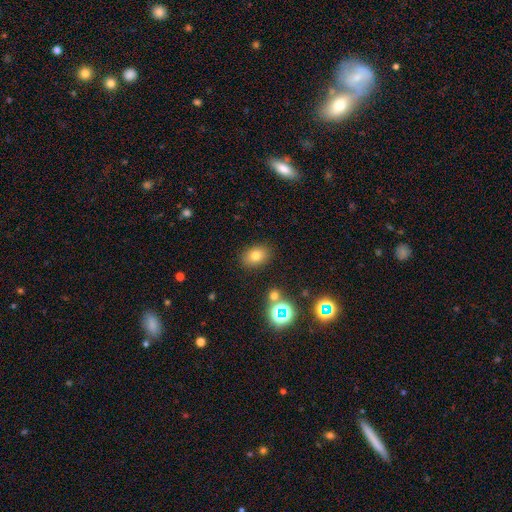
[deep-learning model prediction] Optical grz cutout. It shows a smooth galaxy with no disk features (75%) that is in between round and cigar-shaped (72%). Merging: none (85%).